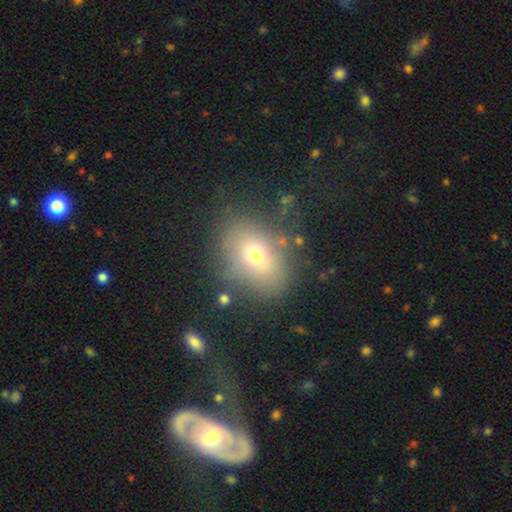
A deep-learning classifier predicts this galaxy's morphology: Smooth or featured: smooth — 67% (featured or disk — 18%)
How rounded: in between — 60% (round — 39%)
Merging: none — 71% (minor disturbance — 16%)